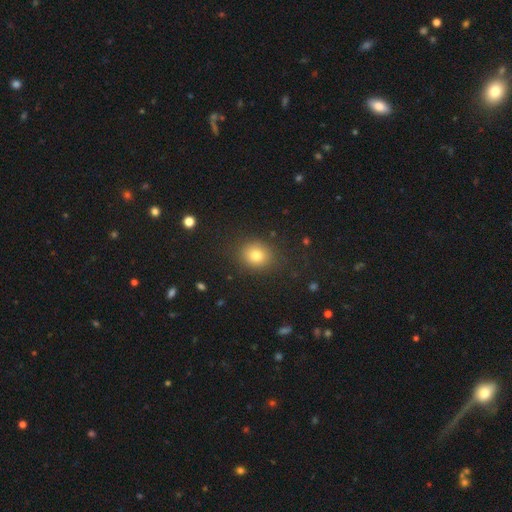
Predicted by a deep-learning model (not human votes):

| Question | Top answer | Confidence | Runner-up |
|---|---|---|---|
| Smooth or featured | smooth | 80% | star or artifact (12%) |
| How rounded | round | 66% | in between (33%) |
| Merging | none | 86% | minor disturbance (9%) |